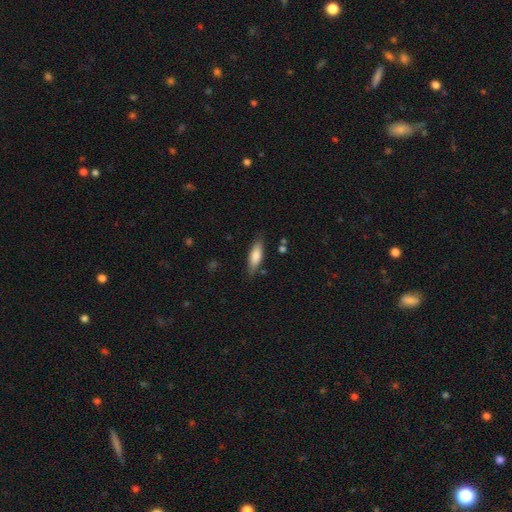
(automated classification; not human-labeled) smooth-or-featured: smooth: 74% | featured or disk: 20% | star or artifact: 6%
  how-rounded: cigar-shaped: 51% | in between: 47% | round: 2%
  merging: none: 80% | minor disturbance: 14% | major disturbance: 3% | merger: 2%